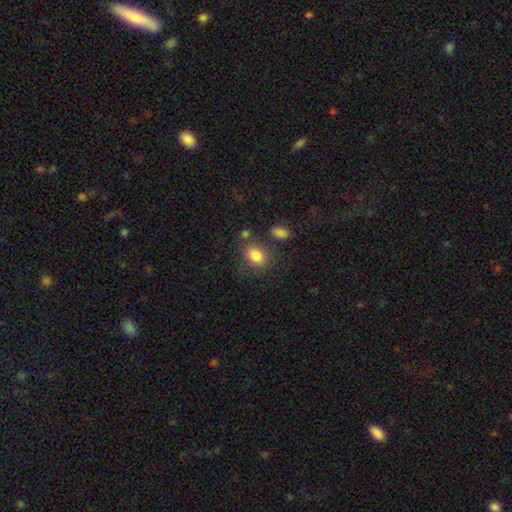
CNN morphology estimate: A smooth galaxy with no disk features (84%) that is in between round and cigar-shaped (73%). Merging: none (69%).